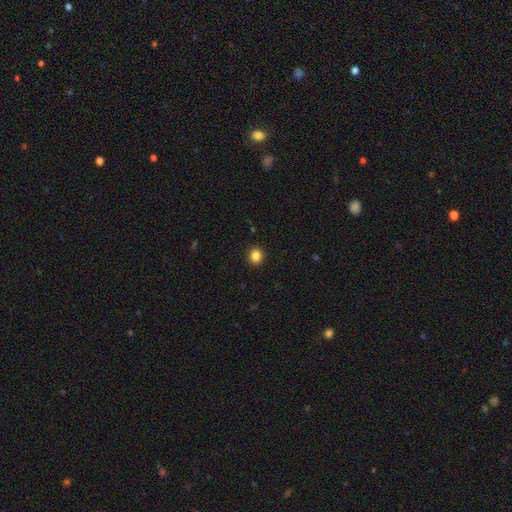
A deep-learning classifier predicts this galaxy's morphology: Smooth or featured? smooth (86%)
How rounded? round (74%)
Merging? none (92%)